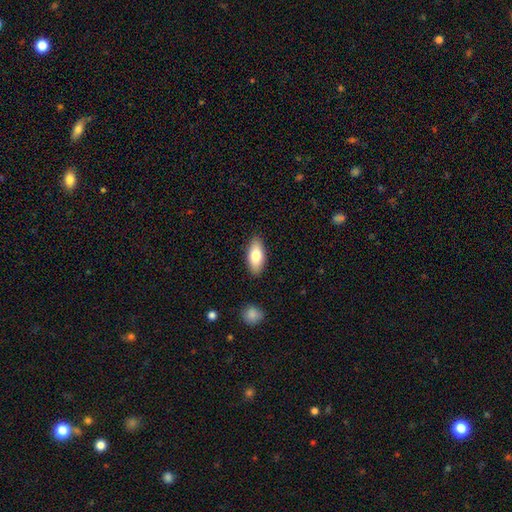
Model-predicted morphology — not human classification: Smooth or featured: smooth — 78% (featured or disk — 16%)
How rounded: in between — 87% (cigar-shaped — 11%)
Merging: none — 88% (minor disturbance — 9%)